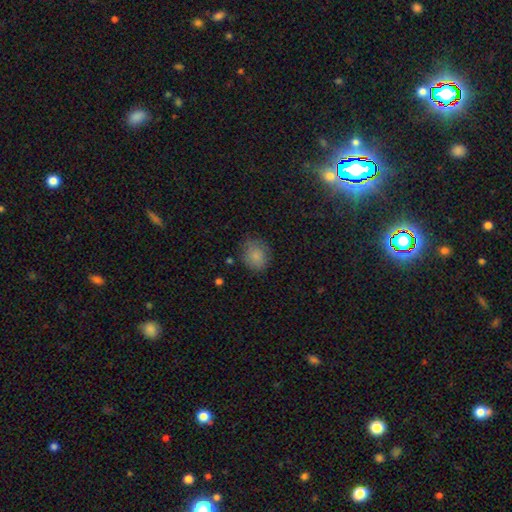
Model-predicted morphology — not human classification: This is clearly a smooth galaxy (83%). How rounded: likely round (66%). Merging: likely none (73%).